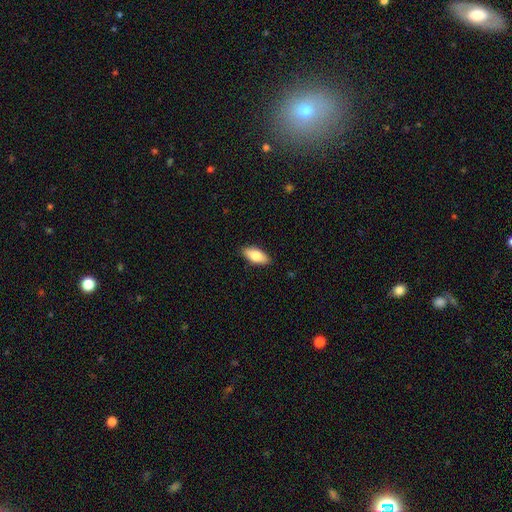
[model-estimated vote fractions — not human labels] Smooth or featured: smooth — 80% (featured or disk — 14%)
How rounded: in between — 86% (cigar-shaped — 12%)
Merging: none — 88% (minor disturbance — 9%)